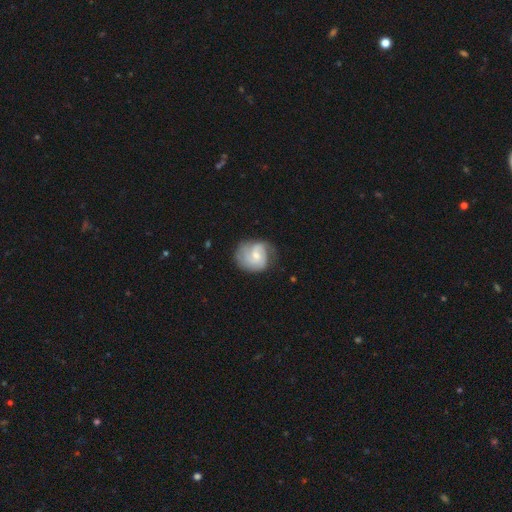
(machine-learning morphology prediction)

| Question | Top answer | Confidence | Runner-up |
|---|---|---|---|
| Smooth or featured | featured or disk | 72% | smooth (22%) |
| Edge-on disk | no | 98% | yes (2%) |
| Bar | no | 48% | weak (45%) |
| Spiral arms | yes | 93% | no (7%) |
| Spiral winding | medium | 45% | tight (39%) |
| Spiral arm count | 2 | 48% | 3 (22%) |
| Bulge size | small | 47% | moderate (46%) |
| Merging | none | 64% | minor disturbance (24%) |